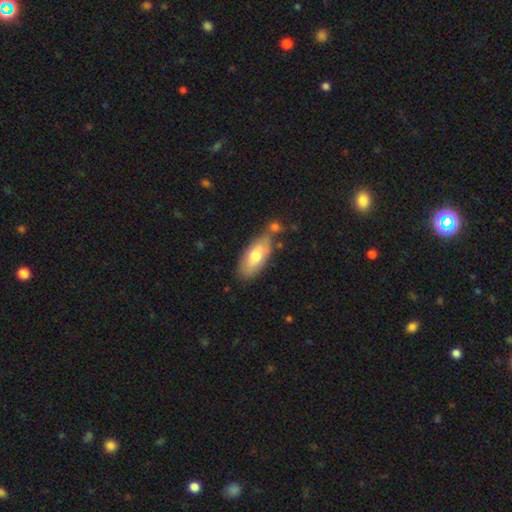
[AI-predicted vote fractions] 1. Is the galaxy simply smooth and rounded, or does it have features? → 69% smooth, 25% featured or disk, 6% star or artifact.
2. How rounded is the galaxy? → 83% in between, 15% cigar-shaped, 2% round.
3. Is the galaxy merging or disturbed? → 62% none, 19% minor disturbance, 14% merger, 5% major disturbance.